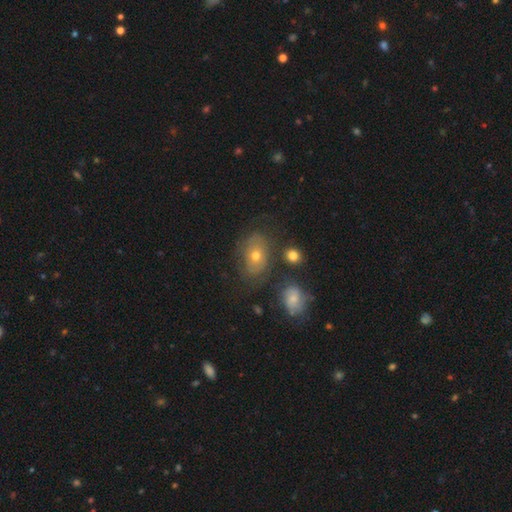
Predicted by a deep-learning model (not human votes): A smooth galaxy with no disk features (48%).

Vote fractions:
- Smooth or featured? smooth: 48% / featured or disk: 38% / star or artifact: 15%
- Merging? none: 65% / minor disturbance: 19% / major disturbance: 9% / merger: 6%